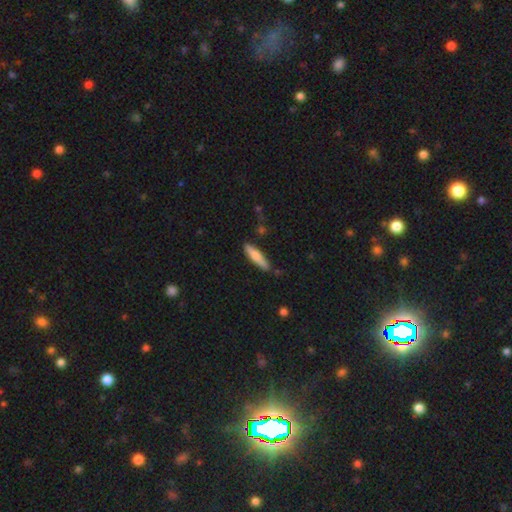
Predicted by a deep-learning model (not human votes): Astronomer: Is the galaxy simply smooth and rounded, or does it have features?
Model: smooth — 66%.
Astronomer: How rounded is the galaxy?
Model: cigar-shaped — 82%.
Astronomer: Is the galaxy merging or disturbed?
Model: none — 82%.